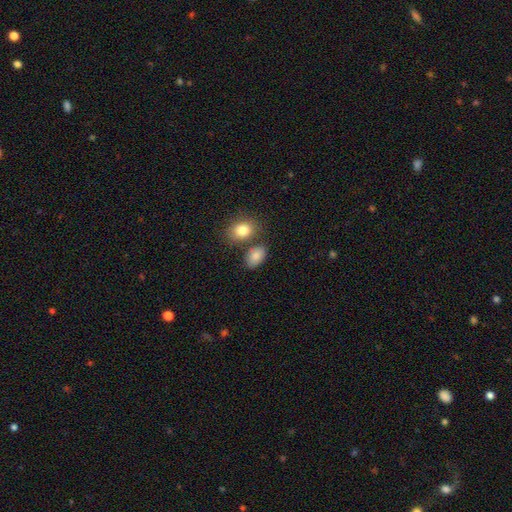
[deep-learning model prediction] Smooth or featured? Predicted: smooth (p=0.84). How rounded? Predicted: in between (p=0.87). Merging? Predicted: none (p=0.67).